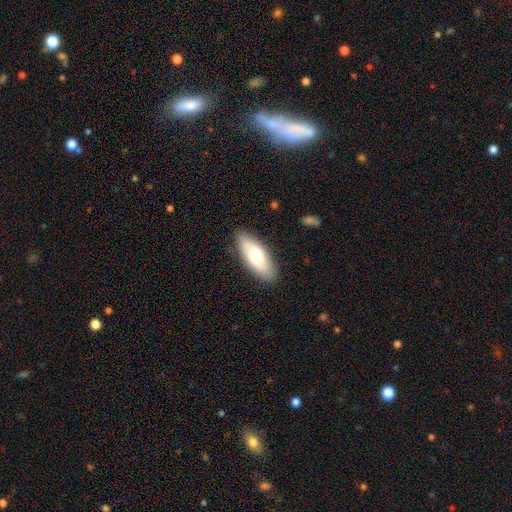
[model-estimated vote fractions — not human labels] This is likely a smooth galaxy (64%). How rounded: likely in between (75%). Merging: clearly none (86%).